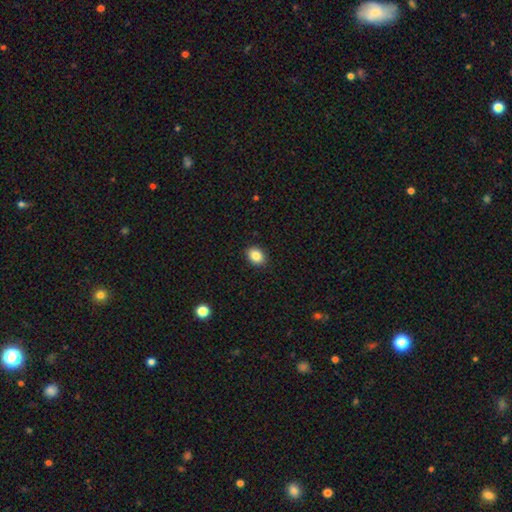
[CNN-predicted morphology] This is clearly a smooth galaxy (87%). How rounded: likely in between (66%). Merging: clearly none (90%).